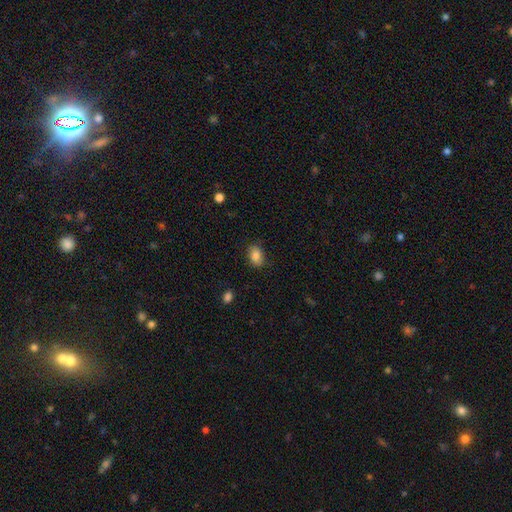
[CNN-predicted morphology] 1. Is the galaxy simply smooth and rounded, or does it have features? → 85% smooth, 8% star or artifact, 7% featured or disk.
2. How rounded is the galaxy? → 80% in between, 19% round, 1% cigar-shaped.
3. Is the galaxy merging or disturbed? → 82% none, 14% minor disturbance, 3% major disturbance, 1% merger.